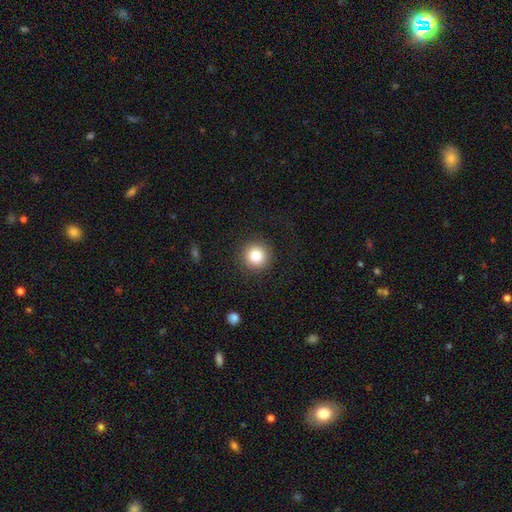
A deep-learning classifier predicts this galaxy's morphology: This appears to be a smooth galaxy with no disk features (84%) that is round (95%). Merging: none (90%).